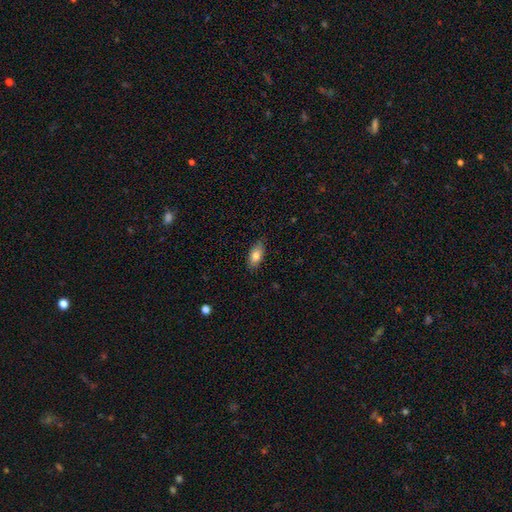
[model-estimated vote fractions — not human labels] Morphology: type=smooth (79%); roundness=in between (87%); merging=none (81%).